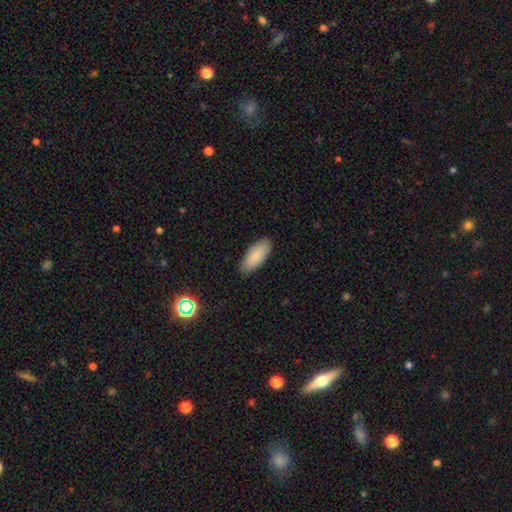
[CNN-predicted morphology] Smooth or featured?
  - smooth: 86% *
  - featured or disk: 8%
  - star or artifact: 6%
How rounded?
  - in between: 85% *
  - cigar-shaped: 13%
  - round: 2%
Merging?
  - none: 87% *
  - minor disturbance: 10%
  - major disturbance: 2%
  - merger: 1%